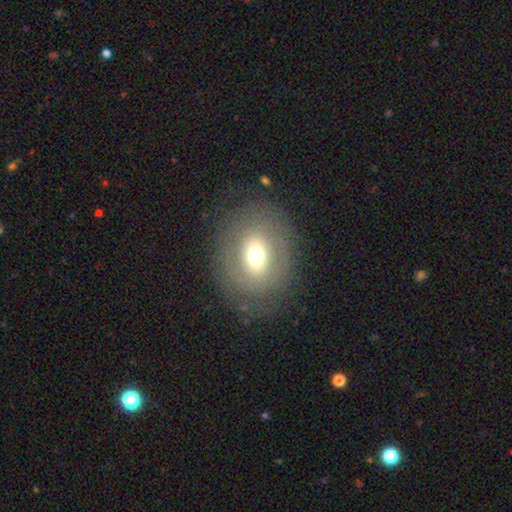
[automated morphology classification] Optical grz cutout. It shows a smooth galaxy with no disk features (49%). Merging: none (78%).